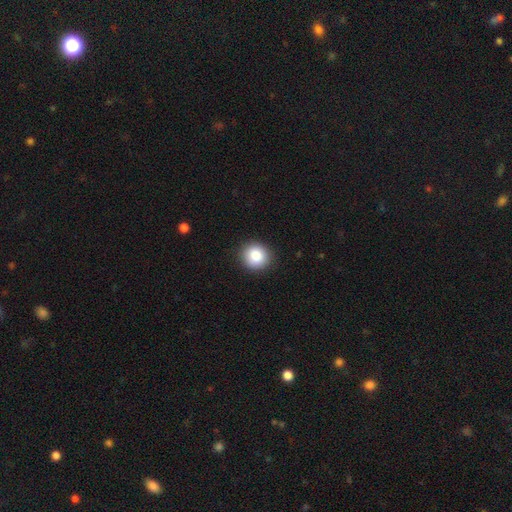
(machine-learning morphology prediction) smooth_or_featured: smooth (p=0.85) [alt: star or artifact p=0.09]
how_rounded: round (p=0.88) [alt: in between p=0.12]
merging: none (p=0.91) [alt: minor disturbance p=0.07]